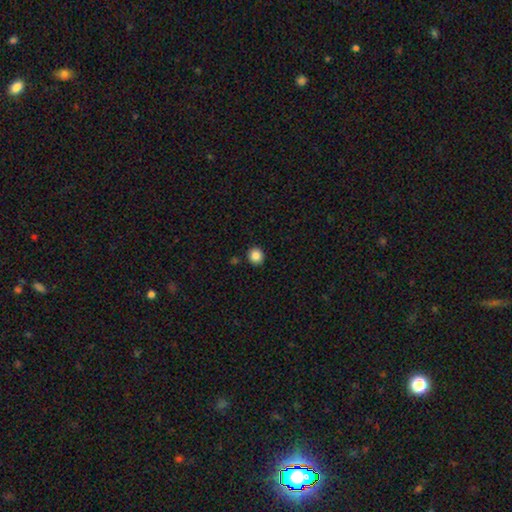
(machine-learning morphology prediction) Q: Smooth or featured?
A: smooth (86%); runner-up: star or artifact (10%)
Q: How rounded?
A: round (85%); runner-up: in between (14%)
Q: Merging?
A: none (89%); runner-up: minor disturbance (6%)